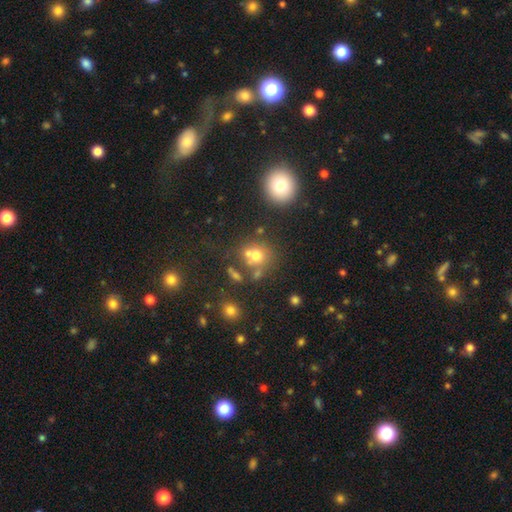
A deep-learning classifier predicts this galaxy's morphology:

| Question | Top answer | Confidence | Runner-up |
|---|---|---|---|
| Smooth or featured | smooth | 65% | star or artifact (19%) |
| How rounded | round | 77% | in between (22%) |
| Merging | none | 49% | merger (31%) |